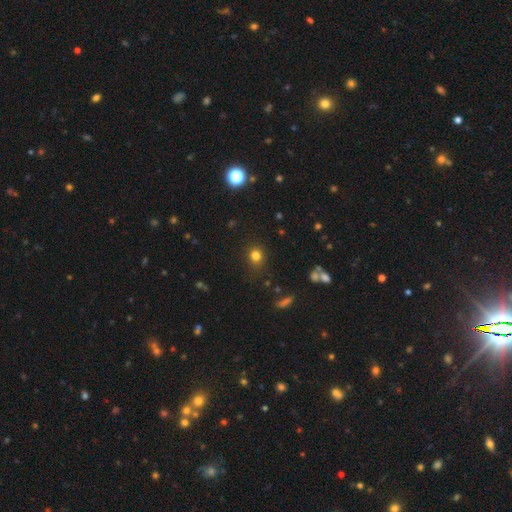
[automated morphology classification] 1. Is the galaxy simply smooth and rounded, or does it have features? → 79% smooth, 15% star or artifact, 6% featured or disk.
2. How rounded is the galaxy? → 74% round, 25% in between, 1% cigar-shaped.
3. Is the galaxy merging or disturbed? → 83% none, 11% minor disturbance, 4% major disturbance, 2% merger.